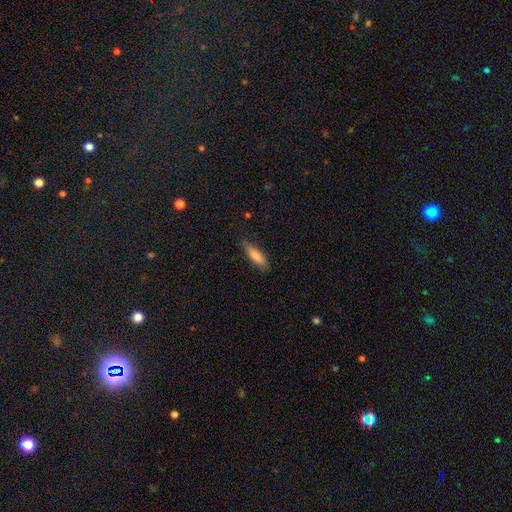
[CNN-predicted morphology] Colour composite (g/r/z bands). It shows a smooth galaxy with no disk features (77%) that is cigar-shaped (58%). Merging: none (80%).